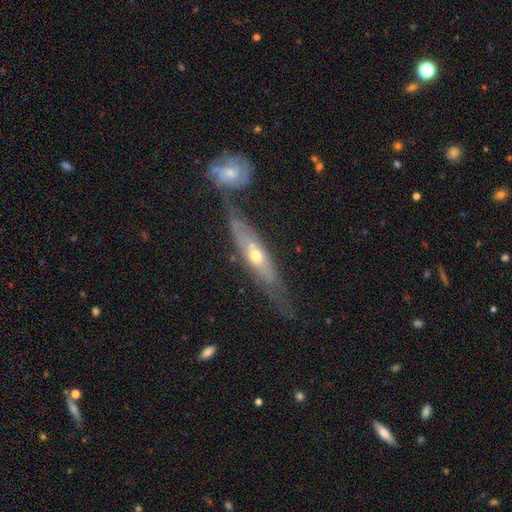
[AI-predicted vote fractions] Smooth or featured? Predicted: featured or disk (p=0.69). Edge-on disk? Predicted: no (p=0.57). Merging? Predicted: none (p=0.45).